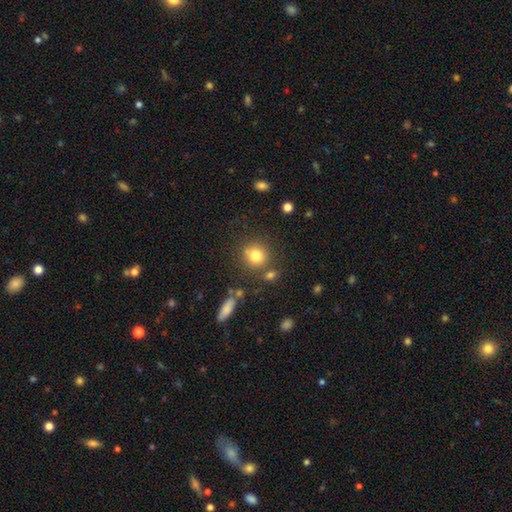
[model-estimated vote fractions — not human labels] Smooth or featured: smooth — 78% (star or artifact — 12%)
How rounded: round — 89% (in between — 10%)
Merging: none — 75% (merger — 11%)